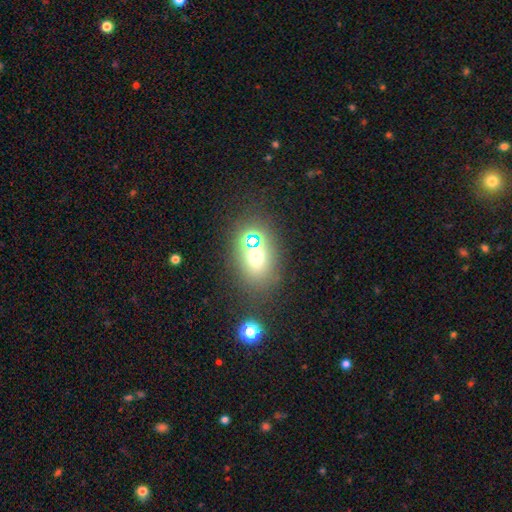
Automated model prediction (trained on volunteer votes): Smooth or featured: smooth — 55% (star or artifact — 31%)
How rounded: in between — 49% (tied with round — 49%)
Merging: none — 69% (merger — 13%)